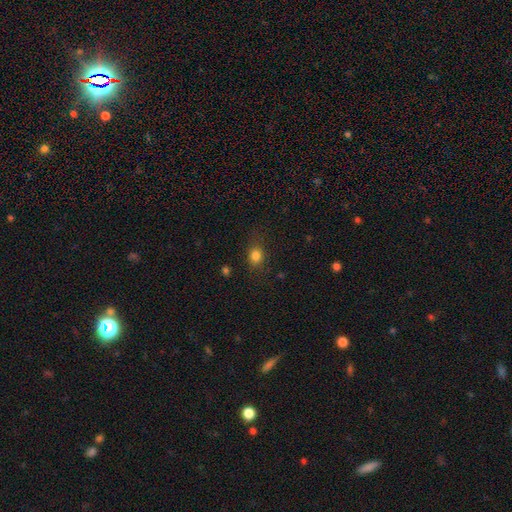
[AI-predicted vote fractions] The model was most divided on "how rounded": round: 60%, in between: 38%, cigar-shaped: 2%. More confident: smooth or featured — smooth (82%); merging — none (76%).